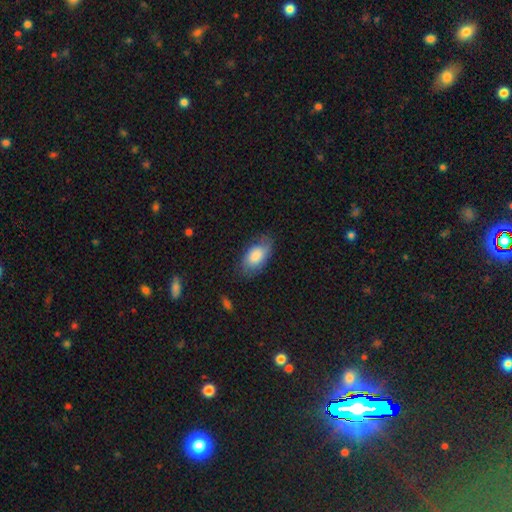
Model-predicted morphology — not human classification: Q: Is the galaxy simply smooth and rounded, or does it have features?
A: smooth — 77%.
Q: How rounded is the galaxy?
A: in between — 93%.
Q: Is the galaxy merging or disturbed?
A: none — 69%.